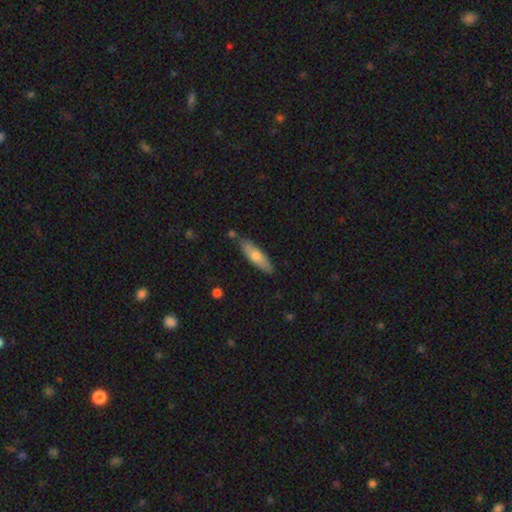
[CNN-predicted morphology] Smooth or featured?
  - smooth: 63% *
  - featured or disk: 31%
  - star or artifact: 6%
How rounded?
  - cigar-shaped: 61% *
  - in between: 37%
  - round: 2%
Merging?
  - none: 79% *
  - minor disturbance: 15%
  - merger: 4%
  - major disturbance: 3%